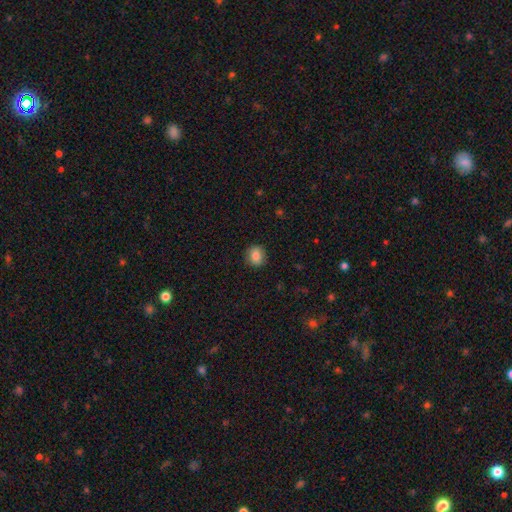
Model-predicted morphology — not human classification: A smooth galaxy with no disk features (84%) that is round (75%). Merging: none (89%).